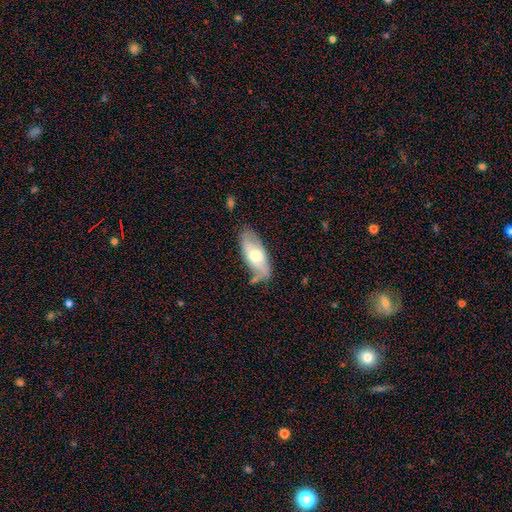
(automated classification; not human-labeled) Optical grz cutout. It shows a featured or disk galaxy (48%). Merging: none (62%).